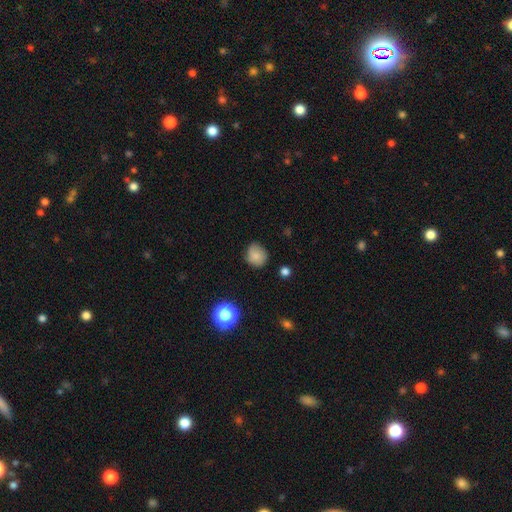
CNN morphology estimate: Smooth or featured? smooth (79%)
How rounded? round (79%)
Merging? none (70%)